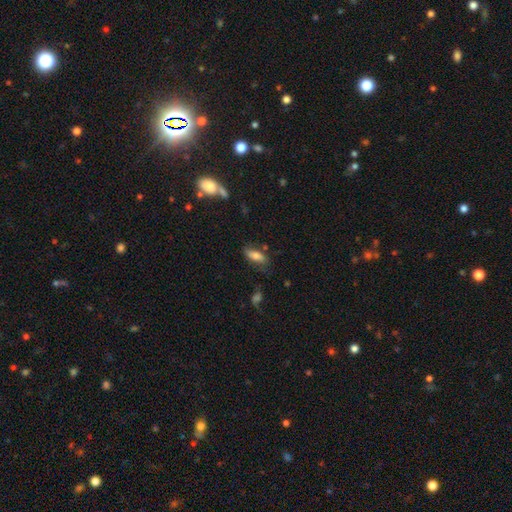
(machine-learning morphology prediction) Smooth or featured? Predicted: smooth (p=0.69). How rounded? Predicted: in between (p=0.75). Merging? Predicted: none (p=0.64).